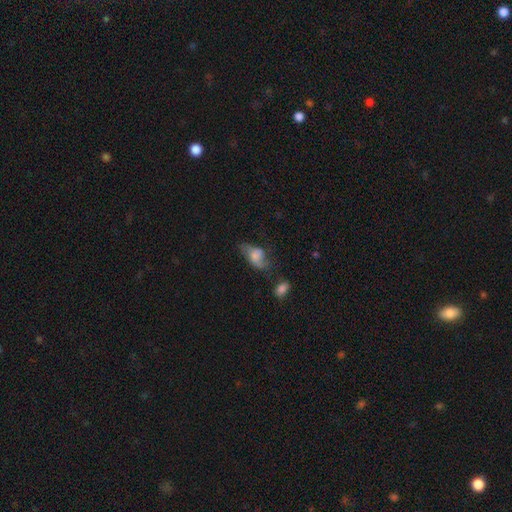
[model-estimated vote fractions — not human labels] smooth 54%, featured or disk 36%, star or artifact 10%. Down the decision tree: how rounded — in between (88%); merging — none (36%).